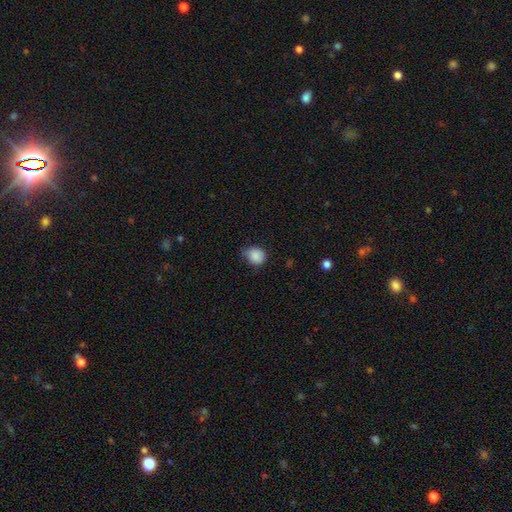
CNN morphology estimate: Smooth or featured?
  - smooth: 87% *
  - star or artifact: 9%
  - featured or disk: 4%
How rounded?
  - round: 72% *
  - in between: 27%
  - cigar-shaped: 1%
Merging?
  - none: 59% *
  - minor disturbance: 33%
  - major disturbance: 6%
  - merger: 1%